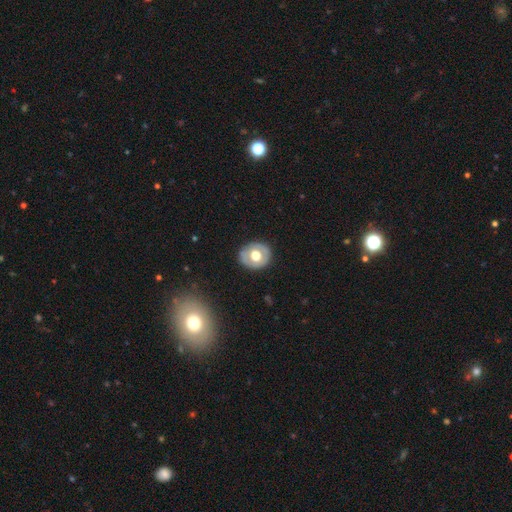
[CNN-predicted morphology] Q: Smooth or featured?
A: smooth (50%); runner-up: featured or disk (43%)
Q: Merging?
A: none (85%); runner-up: minor disturbance (11%)